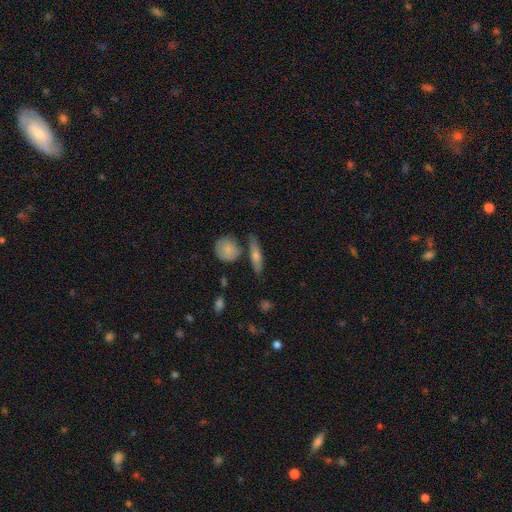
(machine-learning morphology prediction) A smooth galaxy with no disk features (60%) that is cigar-shaped (64%). Merging: none (70%).